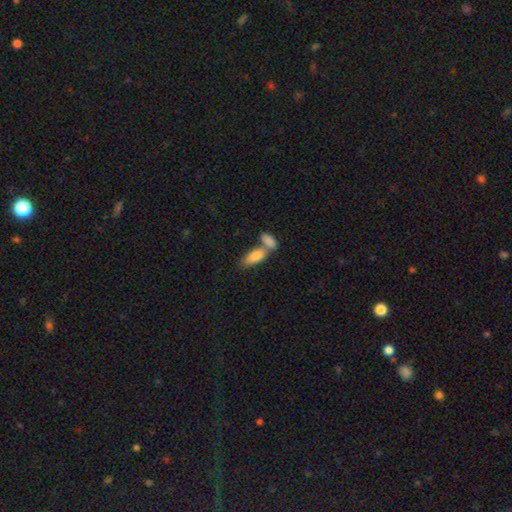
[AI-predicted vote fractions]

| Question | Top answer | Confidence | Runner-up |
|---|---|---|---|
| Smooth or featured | smooth | 82% | featured or disk (11%) |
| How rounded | in between | 82% | cigar-shaped (16%) |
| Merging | merger | 56% | none (32%) |